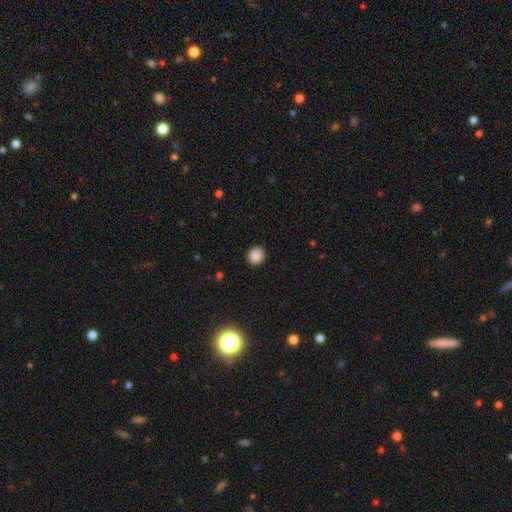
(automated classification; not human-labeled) Q: Smooth or featured?
A: smooth (88%); runner-up: star or artifact (10%)
Q: How rounded?
A: round (84%); runner-up: in between (15%)
Q: Merging?
A: none (92%); runner-up: minor disturbance (6%)